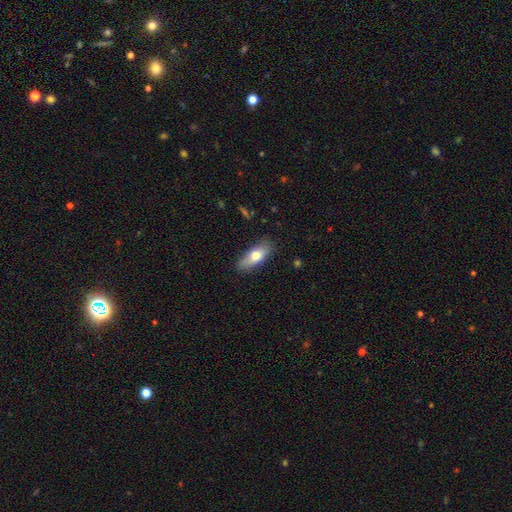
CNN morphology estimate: This is likely a smooth galaxy (71%). How rounded: likely in between (72%). Merging: clearly none (81%).